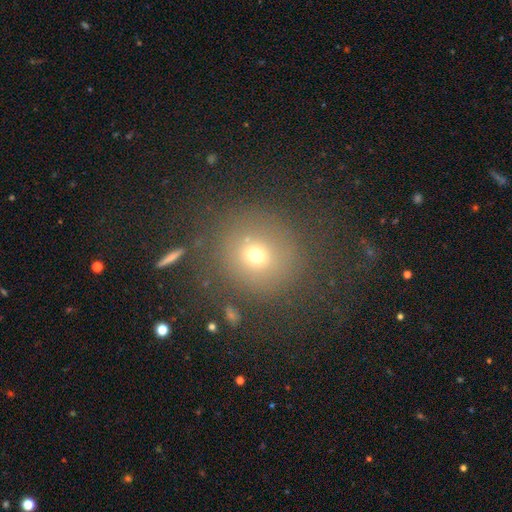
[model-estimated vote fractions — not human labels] Smooth or featured? smooth (67%)
How rounded? round (89%)
Merging? none (77%)